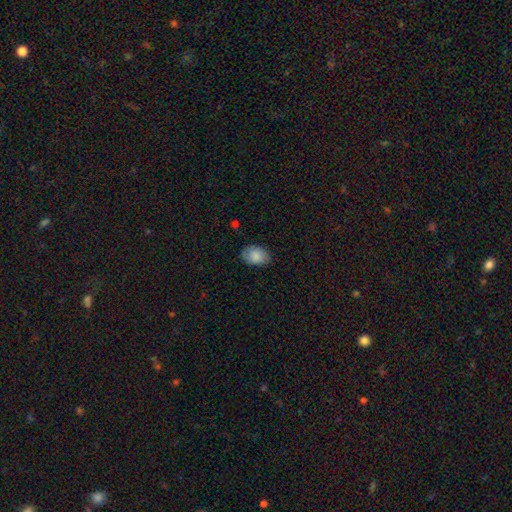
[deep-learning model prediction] This is clearly a smooth galaxy (87%). How rounded: clearly in between (83%). Merging: clearly none (80%).